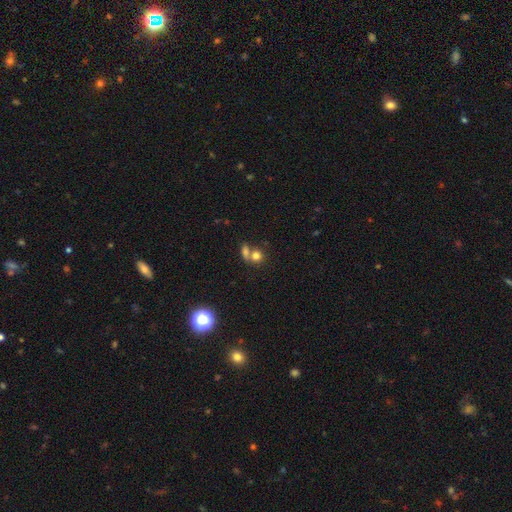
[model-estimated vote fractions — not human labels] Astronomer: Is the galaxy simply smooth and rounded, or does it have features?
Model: smooth — 75%.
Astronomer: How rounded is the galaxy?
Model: round — 74%.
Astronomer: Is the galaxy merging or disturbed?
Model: merger — 48% (runner-up: none, 40%).